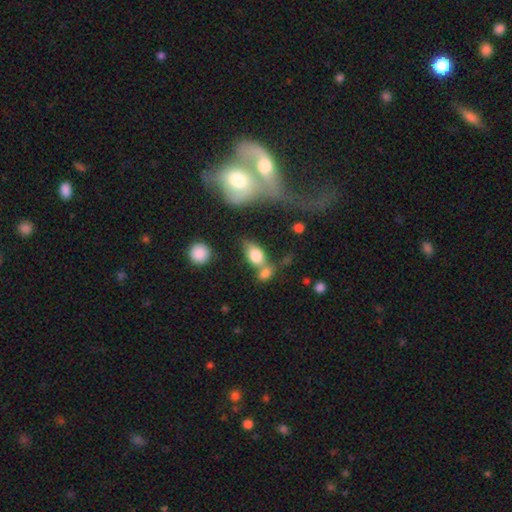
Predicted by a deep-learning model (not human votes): A smooth galaxy with no disk features (78%) that is in between round and cigar-shaped (81%).

Vote fractions:
- Smooth or featured? smooth: 78% / featured or disk: 13% / star or artifact: 9%
- How rounded? in between: 81% / round: 15% / cigar-shaped: 4%
- Merging? merger: 44% / none: 35% / minor disturbance: 13% / major disturbance: 8%